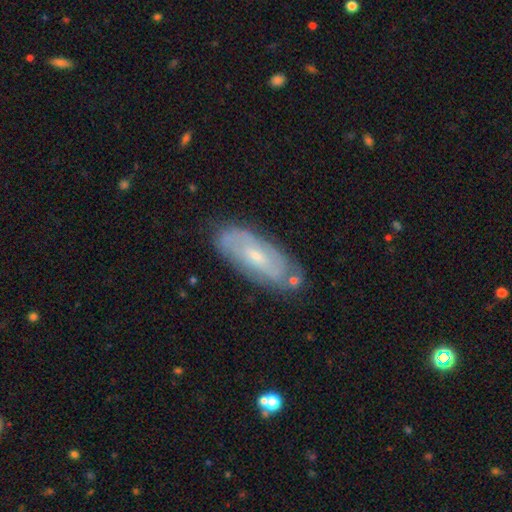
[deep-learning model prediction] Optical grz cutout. It shows a featured or disk galaxy (69%) with no bar (53%), tight (55%) spiral arms (83%) and a small central bulge (68%). Merging: none (76%).